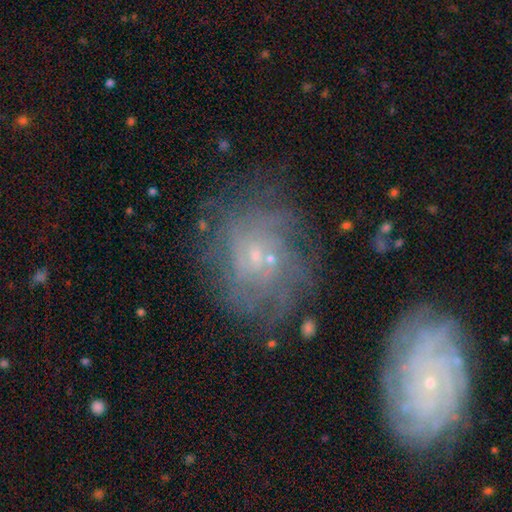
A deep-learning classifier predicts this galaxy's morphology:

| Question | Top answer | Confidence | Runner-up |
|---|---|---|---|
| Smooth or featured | featured or disk | 70% | smooth (17%) |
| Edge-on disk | no | 97% | yes (3%) |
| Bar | no | 72% | weak (24%) |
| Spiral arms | yes | 85% | no (15%) |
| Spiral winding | tight | 63% | medium (26%) |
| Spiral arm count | can't tell | 49% | 4 (15%) |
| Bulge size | small | 79% | moderate (12%) |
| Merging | none | 62% | minor disturbance (16%) |